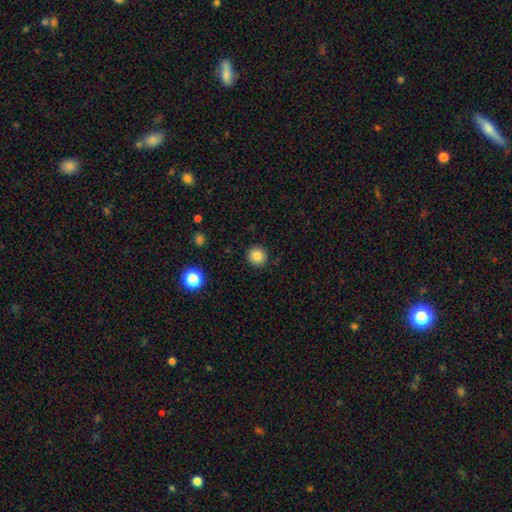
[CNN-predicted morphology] Overall: smooth (85%). How rounded: round (94%). Merging: none (91%).